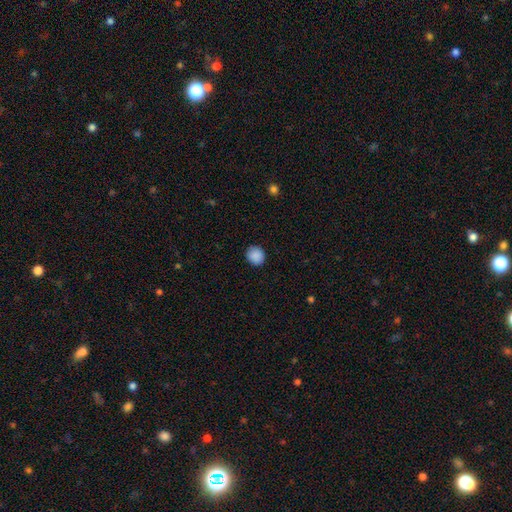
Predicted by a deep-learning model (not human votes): This is clearly a smooth galaxy (89%). How rounded: clearly round (84%). Merging: clearly none (88%).